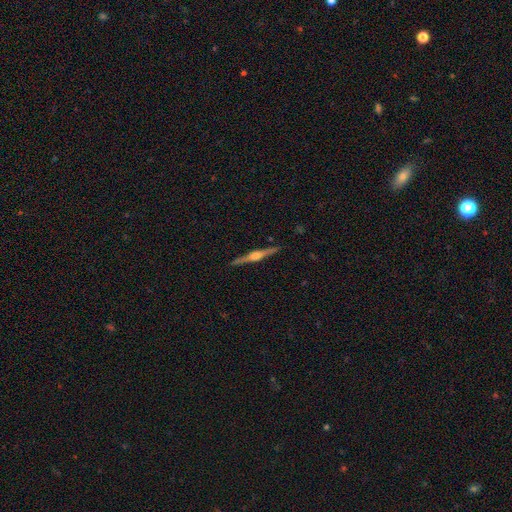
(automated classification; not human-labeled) This appears to be a featured or disk galaxy (84%) viewed edge-on (98%) with a rounded central bulge (85%). Merging: none (92%).